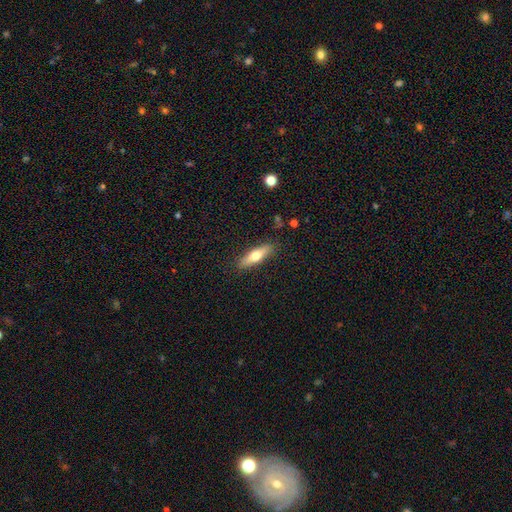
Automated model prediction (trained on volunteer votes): The model was most divided on "how rounded": cigar-shaped: 61%, in between: 37%, round: 2%. More confident: merging — none (87%); smooth or featured — smooth (60%).